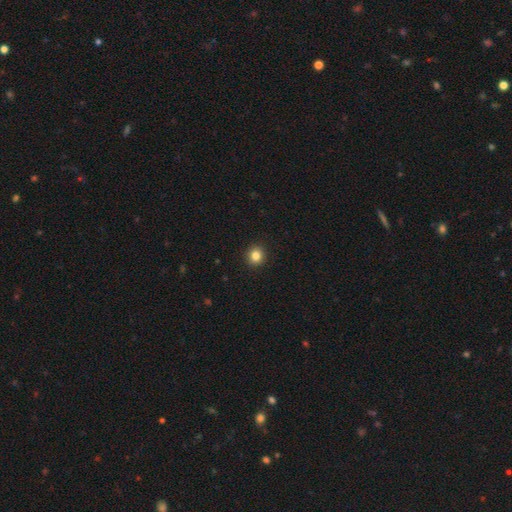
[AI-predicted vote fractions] A smooth galaxy with no disk features (83%) that is round (89%). Merging: none (93%).